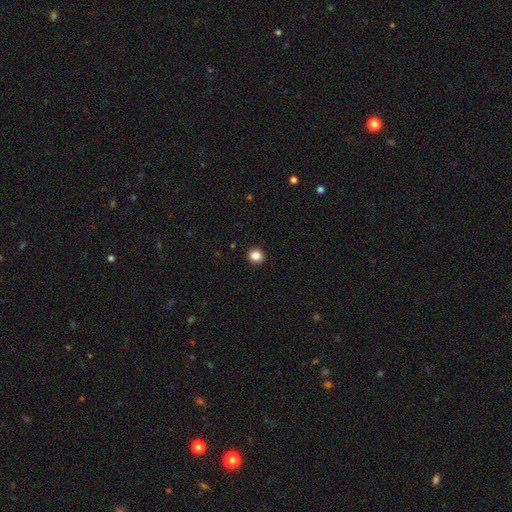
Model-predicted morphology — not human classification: Smooth or featured: smooth — 86% (star or artifact — 11%)
How rounded: round — 88% (in between — 11%)
Merging: none — 93% (minor disturbance — 5%)